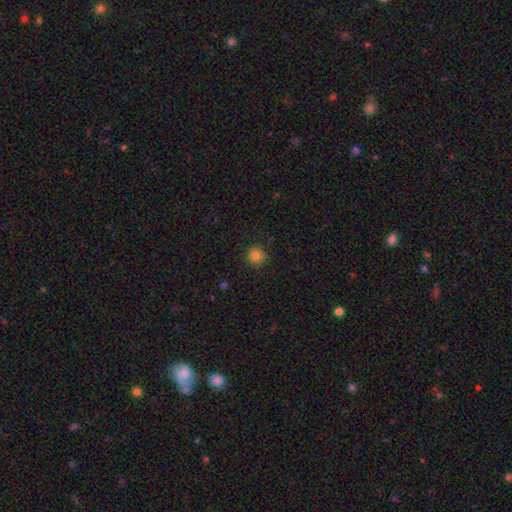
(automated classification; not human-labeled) This appears to be a smooth galaxy with no disk features (82%) that is round (94%). Merging: none (91%).